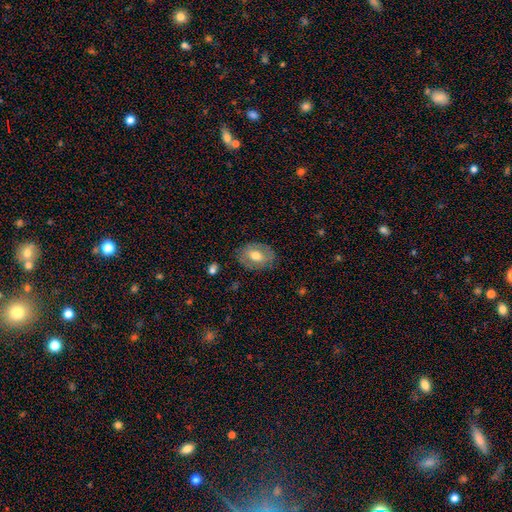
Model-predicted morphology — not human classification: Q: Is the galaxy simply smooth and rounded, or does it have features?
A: smooth — 55%.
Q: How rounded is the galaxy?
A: in between — 70%.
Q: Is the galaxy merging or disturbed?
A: none — 81%.